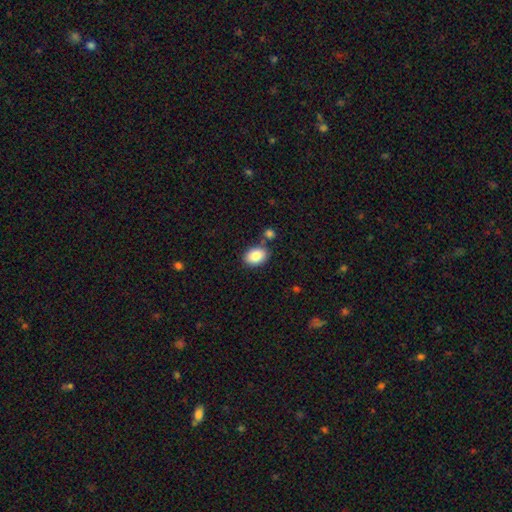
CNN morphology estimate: A smooth galaxy with no disk features (86%) that is in between round and cigar-shaped (79%). Merging: none (76%).